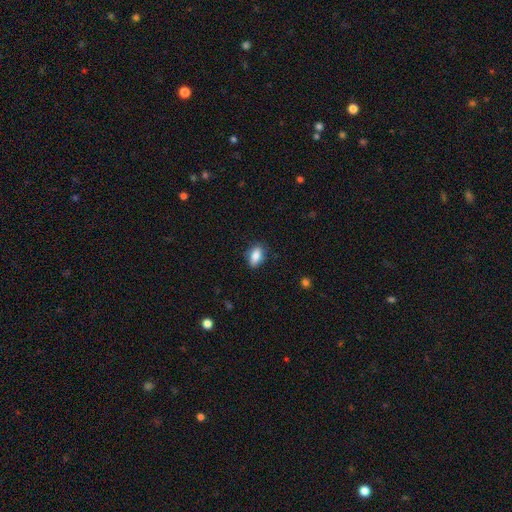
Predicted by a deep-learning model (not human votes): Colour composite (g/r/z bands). It shows a smooth galaxy with no disk features (83%) that is in between round and cigar-shaped (87%). Merging: none (81%).